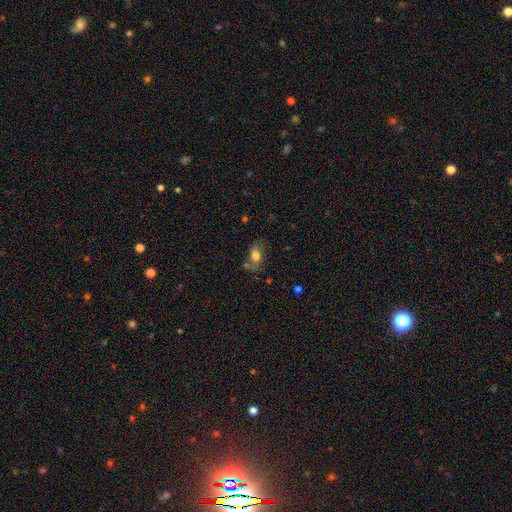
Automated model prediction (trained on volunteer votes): A smooth galaxy with no disk features (71%) that is in between round and cigar-shaped (83%).

Vote fractions:
- Smooth or featured? smooth: 71% / featured or disk: 20% / star or artifact: 10%
- How rounded? in between: 83% / round: 14% / cigar-shaped: 3%
- Merging? none: 54% / minor disturbance: 24% / major disturbance: 12% / merger: 10%